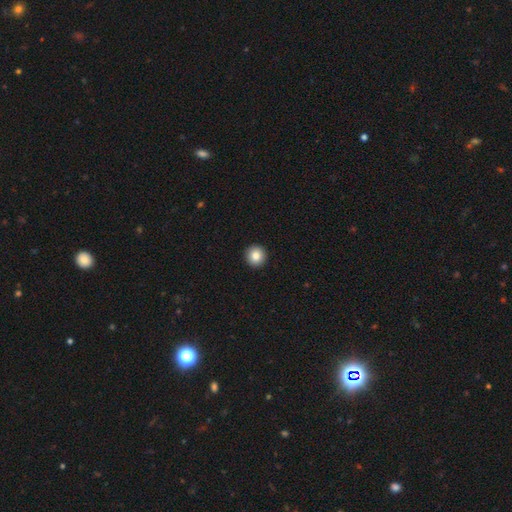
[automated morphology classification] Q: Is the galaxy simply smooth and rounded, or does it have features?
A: smooth — 86%.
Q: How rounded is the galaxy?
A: round — 95%.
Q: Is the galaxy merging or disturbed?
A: none — 94%.